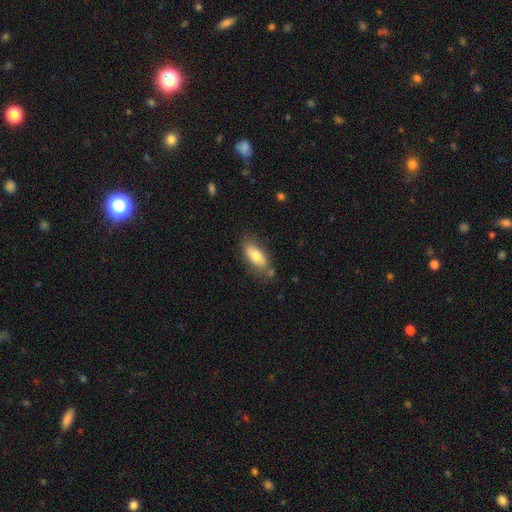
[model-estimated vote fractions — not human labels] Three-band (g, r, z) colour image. It shows a smooth galaxy with no disk features (75%) that is in between round and cigar-shaped (80%). Merging: none (72%).